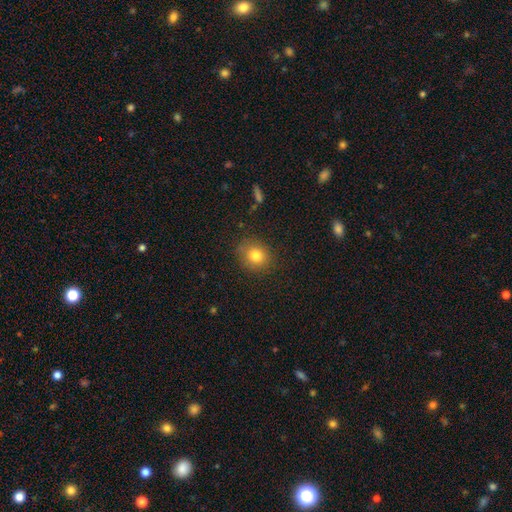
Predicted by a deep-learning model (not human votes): smooth-or-featured: smooth: 81% | star or artifact: 11% | featured or disk: 8%
  how-rounded: round: 73% | in between: 26% | cigar-shaped: 1%
  merging: none: 83% | minor disturbance: 12% | major disturbance: 4% | merger: 1%